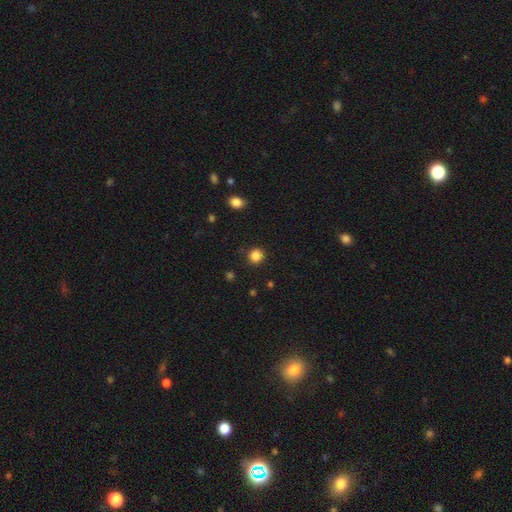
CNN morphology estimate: The model was most divided on "smooth or featured": smooth: 85%, star or artifact: 12%, featured or disk: 3%. More confident: merging — none (89%); how rounded — round (88%).